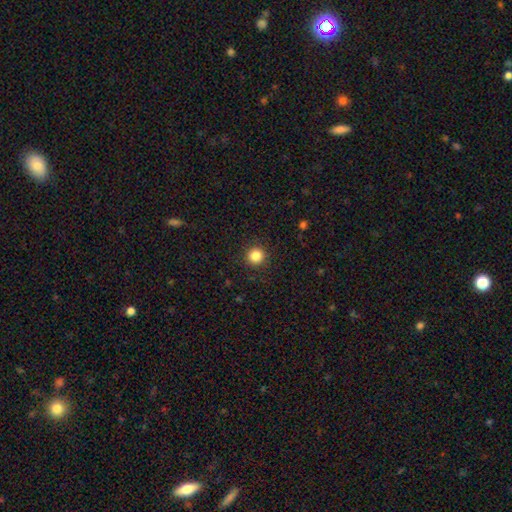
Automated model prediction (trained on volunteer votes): A smooth galaxy with no disk features (85%) that is round (95%).

Vote fractions:
- Smooth or featured? smooth: 85% / star or artifact: 11% / featured or disk: 4%
- How rounded? round: 95% / in between: 4% / cigar-shaped: 1%
- Merging? none: 92% / minor disturbance: 5% / major disturbance: 2% / merger: 1%